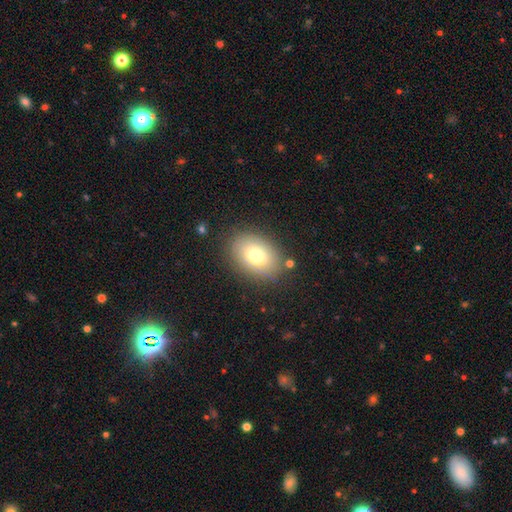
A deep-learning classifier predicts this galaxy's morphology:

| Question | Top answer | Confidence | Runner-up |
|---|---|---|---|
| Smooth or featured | smooth | 77% | featured or disk (14%) |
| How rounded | in between | 82% | round (17%) |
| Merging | none | 84% | minor disturbance (10%) |